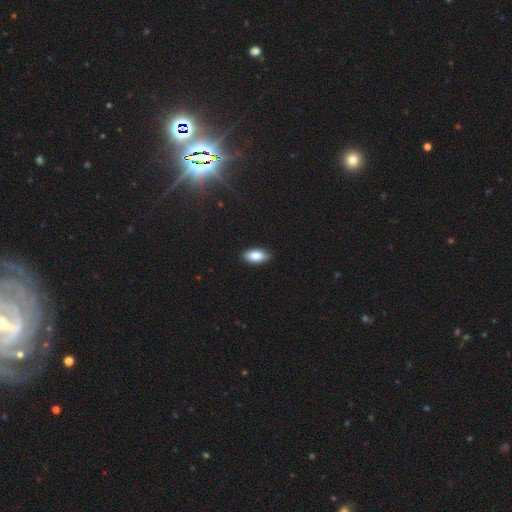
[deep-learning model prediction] Smooth or featured? Predicted: smooth (p=0.85). How rounded? Predicted: in between (p=0.91). Merging? Predicted: none (p=0.86).